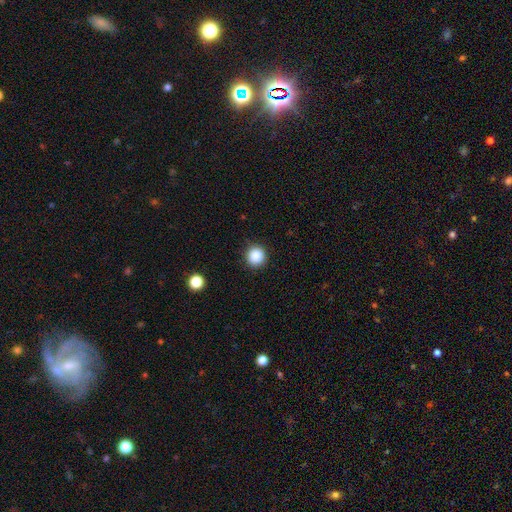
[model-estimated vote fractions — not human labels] Smooth or featured?
  - smooth: 87% *
  - star or artifact: 10%
  - featured or disk: 3%
How rounded?
  - round: 94% *
  - in between: 5%
  - cigar-shaped: 1%
Merging?
  - none: 91% *
  - minor disturbance: 6%
  - major disturbance: 2%
  - merger: 1%